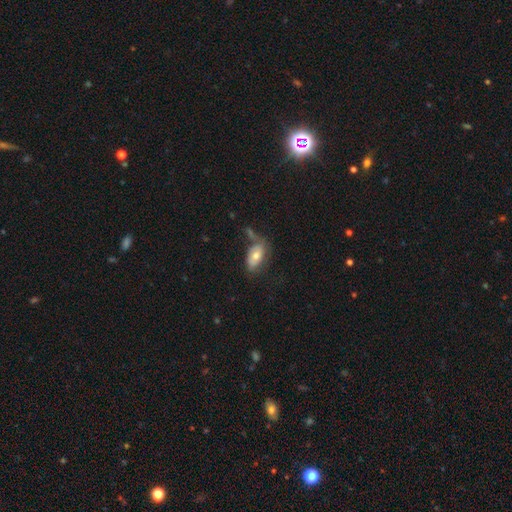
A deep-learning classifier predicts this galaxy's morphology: Smooth or featured?
  - smooth: 64% *
  - featured or disk: 29%
  - star or artifact: 7%
How rounded?
  - in between: 91% *
  - round: 4%
  - cigar-shaped: 4%
Merging?
  - none: 49% *
  - minor disturbance: 24%
  - merger: 14%
  - major disturbance: 13%